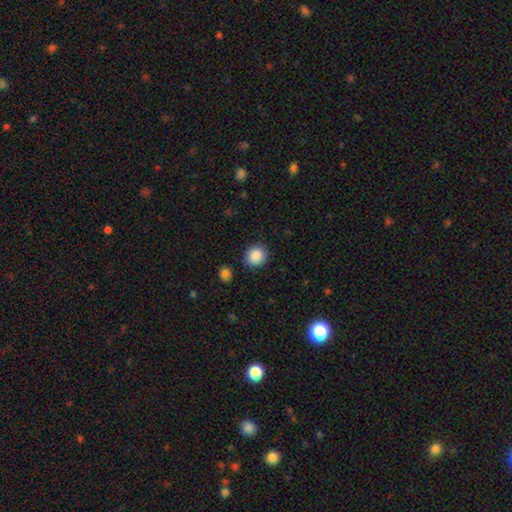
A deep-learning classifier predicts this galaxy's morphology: Smooth or featured?
  - smooth: 88% *
  - star or artifact: 8%
  - featured or disk: 3%
How rounded?
  - round: 86% *
  - in between: 13%
  - cigar-shaped: 1%
Merging?
  - none: 88% *
  - minor disturbance: 7%
  - major disturbance: 2%
  - merger: 2%